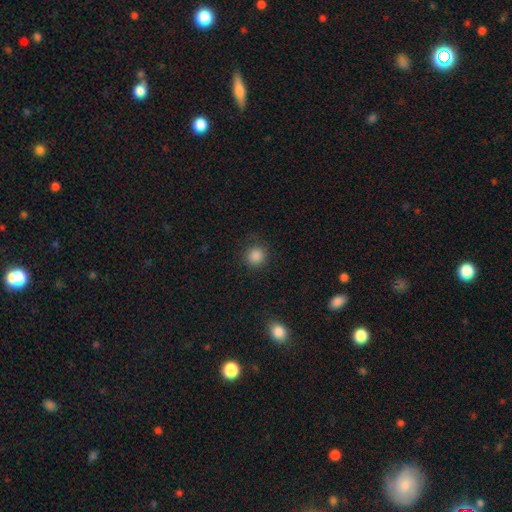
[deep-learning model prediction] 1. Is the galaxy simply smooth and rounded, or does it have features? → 86% smooth, 11% star or artifact, 3% featured or disk.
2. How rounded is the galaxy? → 91% round, 8% in between, 1% cigar-shaped.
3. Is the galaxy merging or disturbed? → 87% none, 9% minor disturbance, 3% major disturbance, 1% merger.